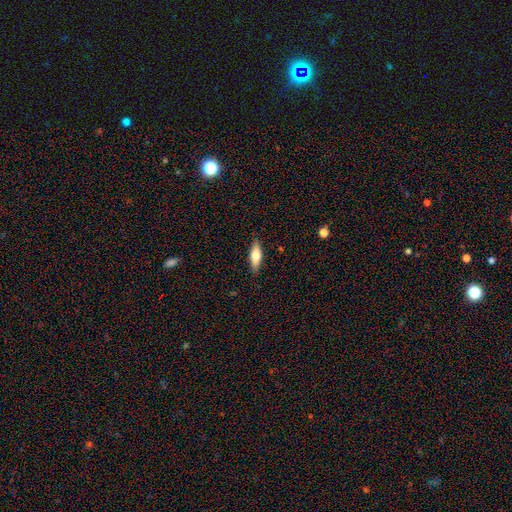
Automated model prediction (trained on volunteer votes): smooth_or_featured: smooth (p=0.65) [alt: featured or disk p=0.28]
how_rounded: in between (p=0.55) [alt: cigar-shaped p=0.43]
merging: none (p=0.87) [alt: minor disturbance p=0.10]